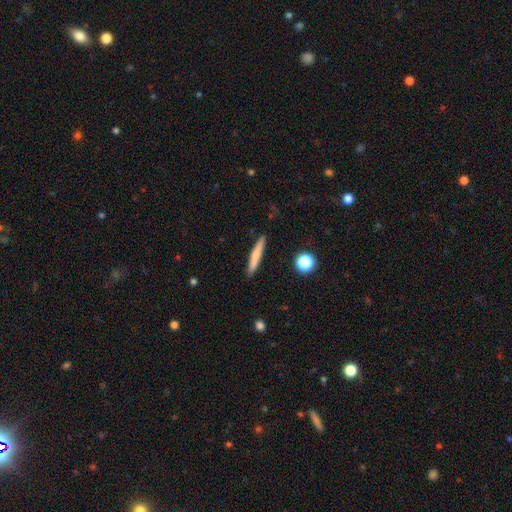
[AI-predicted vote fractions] Smooth or featured: smooth — 71% (featured or disk — 22%)
How rounded: cigar-shaped — 94% (in between — 5%)
Merging: none — 89% (minor disturbance — 8%)